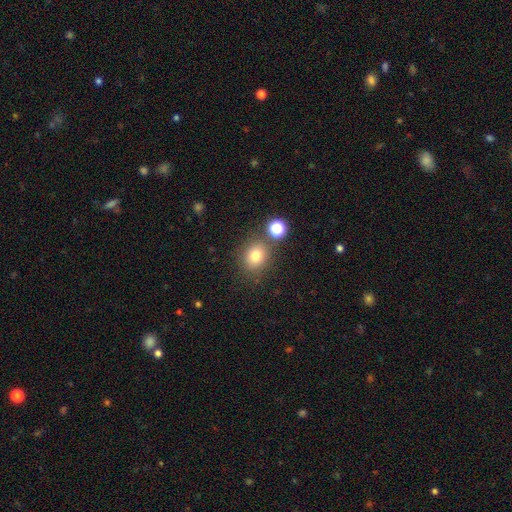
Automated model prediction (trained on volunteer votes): Smooth or featured? smooth (78%)
How rounded? round (70%)
Merging? none (75%)